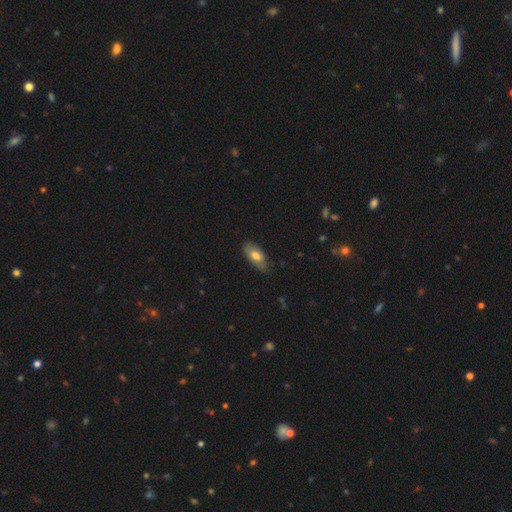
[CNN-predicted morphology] A smooth galaxy with no disk features (71%) that is in between round and cigar-shaped (89%).

Vote fractions:
- Smooth or featured? smooth: 71% / featured or disk: 23% / star or artifact: 6%
- How rounded? in between: 89% / cigar-shaped: 8% / round: 3%
- Merging? none: 75% / minor disturbance: 21% / major disturbance: 3% / merger: 1%